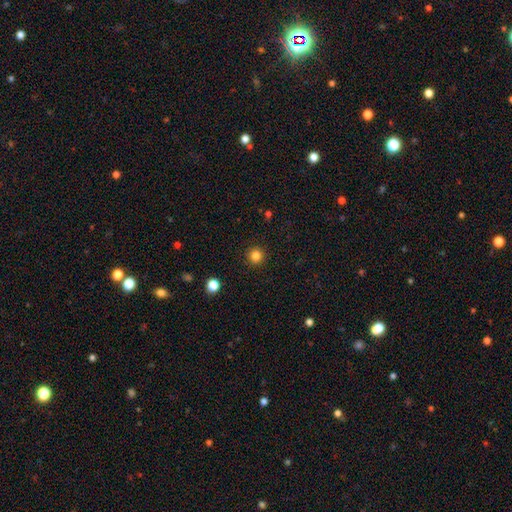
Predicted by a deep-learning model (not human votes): Morphology: type=smooth (83%); roundness=round (96%); merging=none (93%).